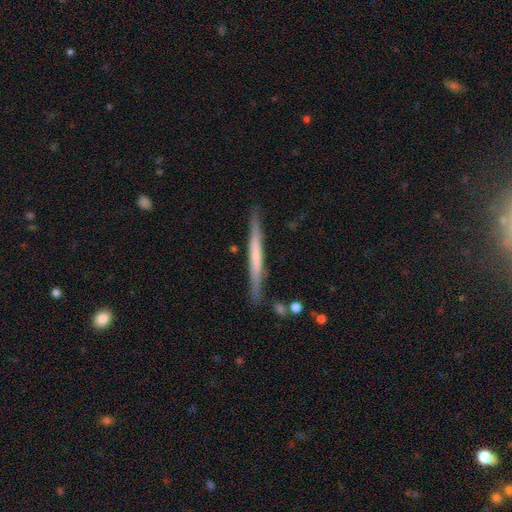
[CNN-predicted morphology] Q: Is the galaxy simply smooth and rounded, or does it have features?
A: featured or disk — 49%.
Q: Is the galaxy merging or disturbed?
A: none — 87%.